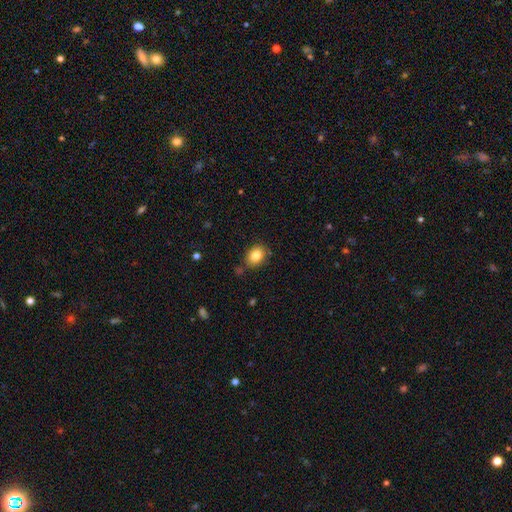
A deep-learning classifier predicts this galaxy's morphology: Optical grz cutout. It shows a smooth galaxy with no disk features (84%) that is in between round and cigar-shaped (65%). Merging: none (78%).